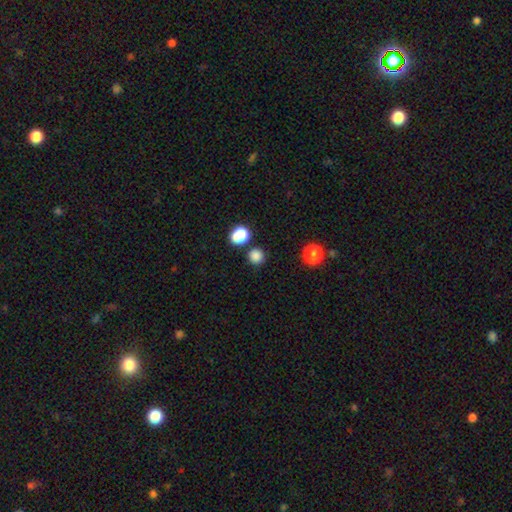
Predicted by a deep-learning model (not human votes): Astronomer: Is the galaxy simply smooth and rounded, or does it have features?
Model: smooth — 82%.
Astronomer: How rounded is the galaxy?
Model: round — 91%.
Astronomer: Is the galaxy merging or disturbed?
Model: none — 81%.